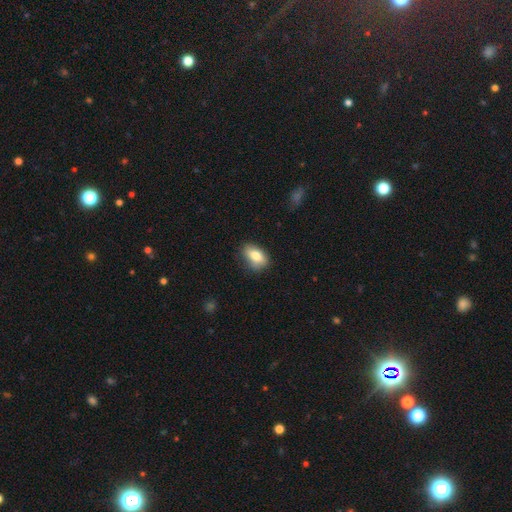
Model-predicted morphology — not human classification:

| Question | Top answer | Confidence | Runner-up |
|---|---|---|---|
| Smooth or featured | smooth | 79% | featured or disk (13%) |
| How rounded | in between | 86% | round (10%) |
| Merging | none | 76% | minor disturbance (19%) |